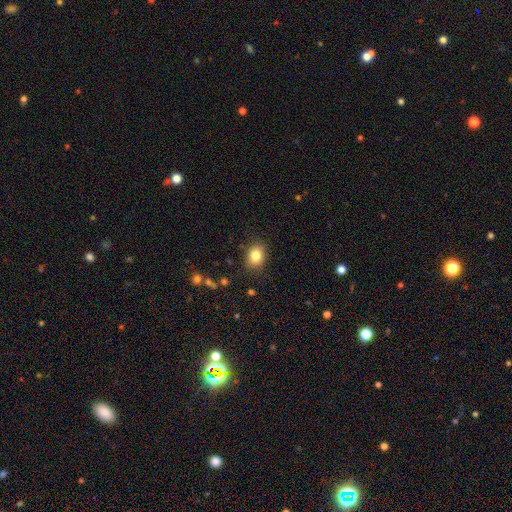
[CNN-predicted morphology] smooth 84%, star or artifact 10%, featured or disk 7%. Down the decision tree: how rounded — in between (58%); merging — none (85%).